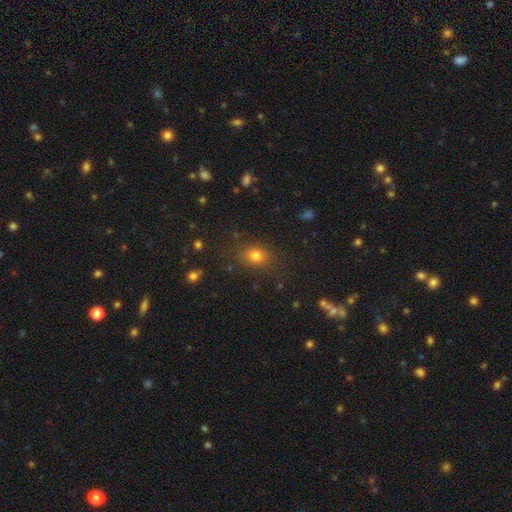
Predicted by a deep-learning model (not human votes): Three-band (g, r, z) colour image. It shows a smooth galaxy with no disk features (77%) that is round (56%). Merging: none (82%).